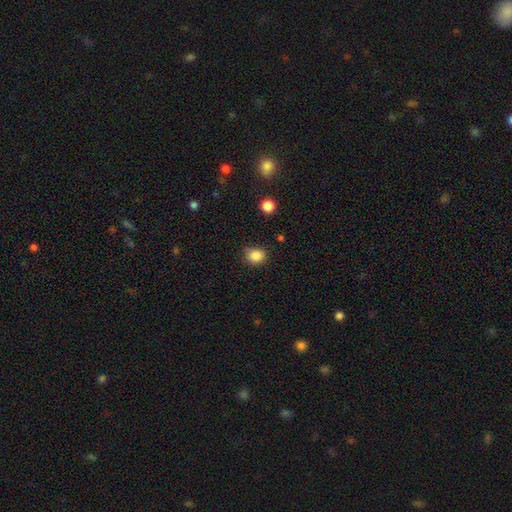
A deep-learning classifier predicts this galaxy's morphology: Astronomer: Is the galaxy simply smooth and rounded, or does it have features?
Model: smooth — 85%.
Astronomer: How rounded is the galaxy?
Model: round — 68%.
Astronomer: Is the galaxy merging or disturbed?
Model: none — 75%.